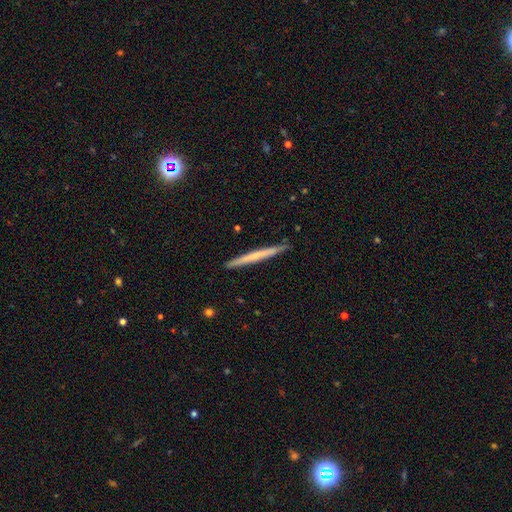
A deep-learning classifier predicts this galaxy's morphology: Q: Smooth or featured?
A: featured or disk (48%); runner-up: smooth (46%)
Q: Merging?
A: none (91%); runner-up: minor disturbance (7%)